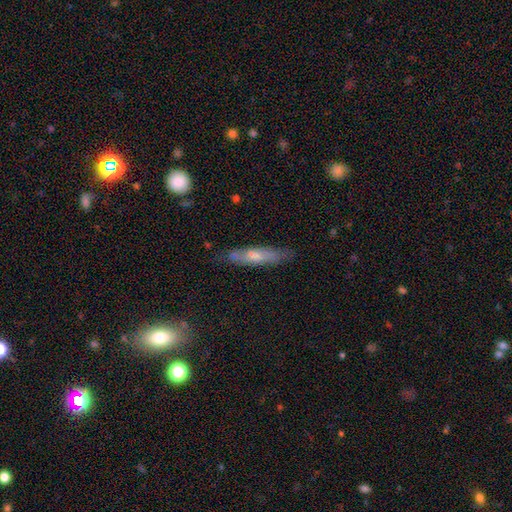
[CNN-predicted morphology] A smooth galaxy with no disk features (56%) that is cigar-shaped (80%).

Vote fractions:
- Smooth or featured? smooth: 56% / featured or disk: 37% / star or artifact: 7%
- How rounded? cigar-shaped: 80% / in between: 19% / round: 2%
- Merging? none: 74% / minor disturbance: 19% / major disturbance: 5% / merger: 2%